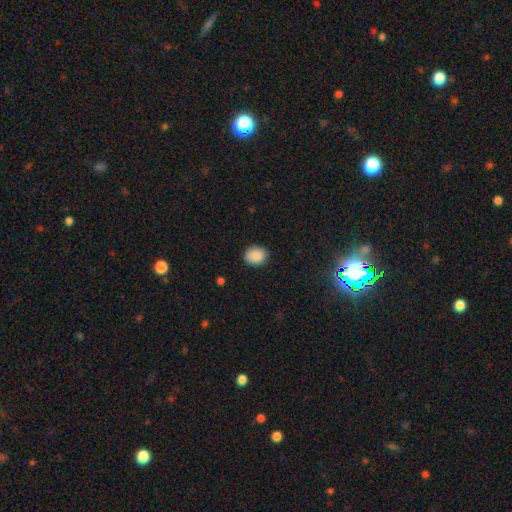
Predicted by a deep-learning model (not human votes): smooth 89%, star or artifact 8%, featured or disk 3%. Down the decision tree: how rounded — round (55%); merging — none (86%).